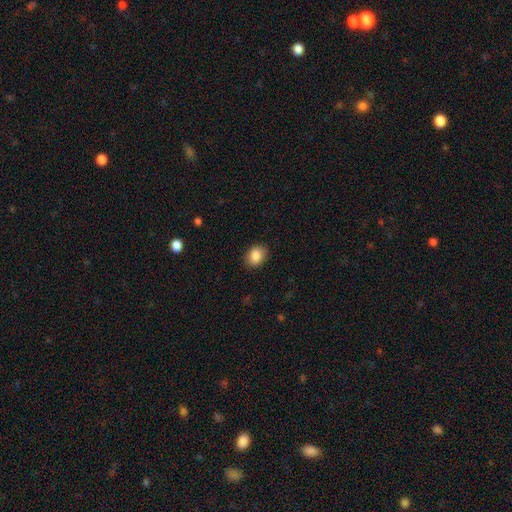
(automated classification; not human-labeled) A smooth galaxy with no disk features (87%) that is in between round and cigar-shaped (65%). Merging: none (88%).